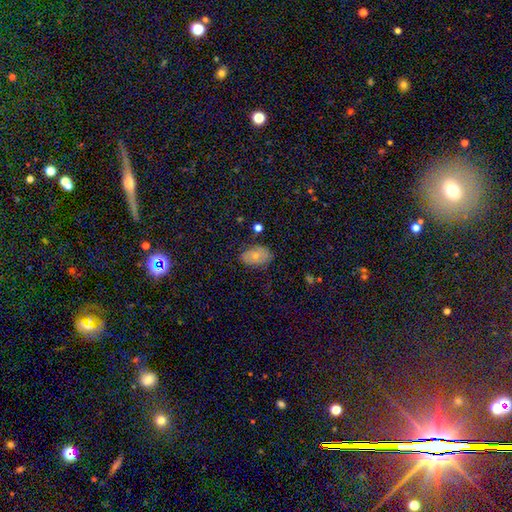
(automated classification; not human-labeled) Q: Smooth or featured?
A: smooth (71%); runner-up: featured or disk (20%)
Q: How rounded?
A: in between (88%); runner-up: round (10%)
Q: Merging?
A: none (76%); runner-up: minor disturbance (18%)